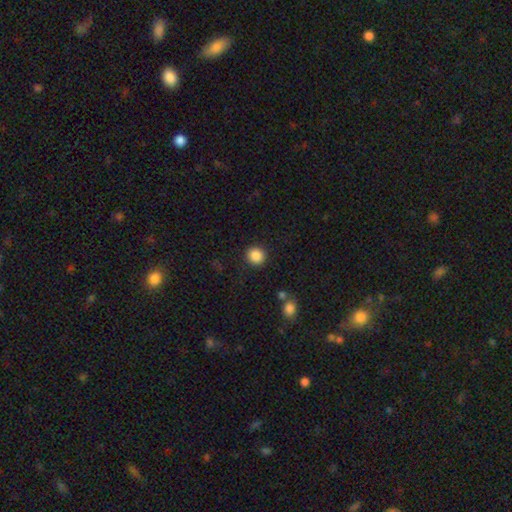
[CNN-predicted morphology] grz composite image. It shows a smooth galaxy with no disk features (87%) that is round (90%). Merging: none (90%).